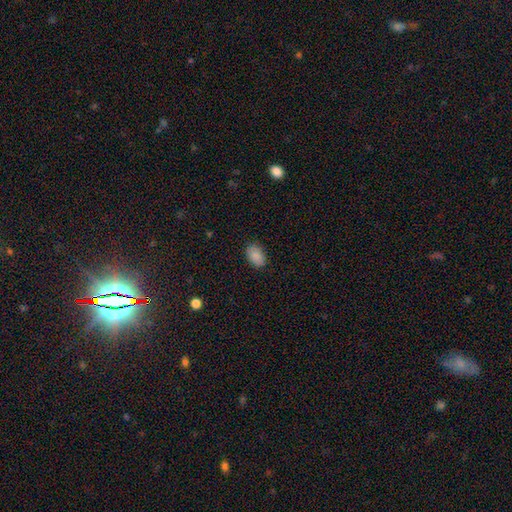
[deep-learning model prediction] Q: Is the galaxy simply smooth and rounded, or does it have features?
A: smooth — 87%.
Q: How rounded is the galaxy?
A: in between — 88%.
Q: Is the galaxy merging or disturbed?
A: none — 85%.